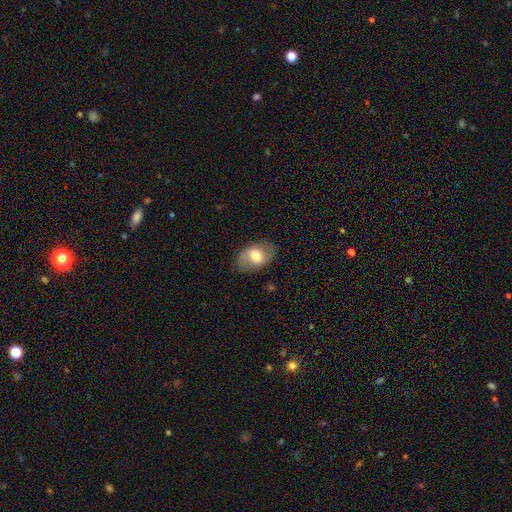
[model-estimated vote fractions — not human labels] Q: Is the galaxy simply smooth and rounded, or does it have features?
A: featured or disk — 52%.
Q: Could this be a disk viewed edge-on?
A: no — 94%.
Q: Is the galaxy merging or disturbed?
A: none — 82%.